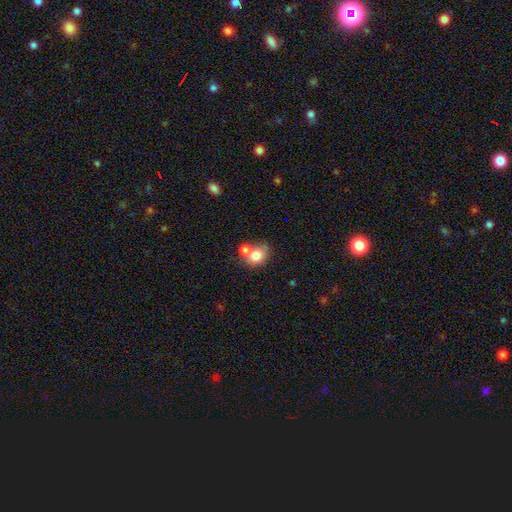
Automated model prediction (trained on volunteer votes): A smooth galaxy with no disk features (77%) that is round (52%).

Vote fractions:
- Smooth or featured? smooth: 77% / featured or disk: 14% / star or artifact: 9%
- How rounded? round: 52% / in between: 47% / cigar-shaped: 1%
- Merging? merger: 49% / none: 35% / minor disturbance: 11% / major disturbance: 5%